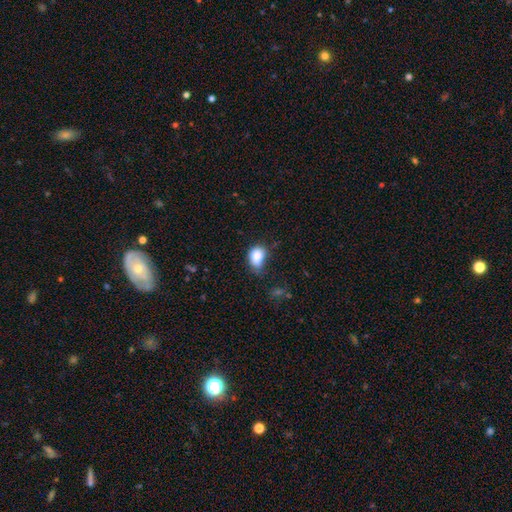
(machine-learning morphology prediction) This is clearly a smooth galaxy (83%). How rounded: likely in between (63%). Merging: marginally none (42%).